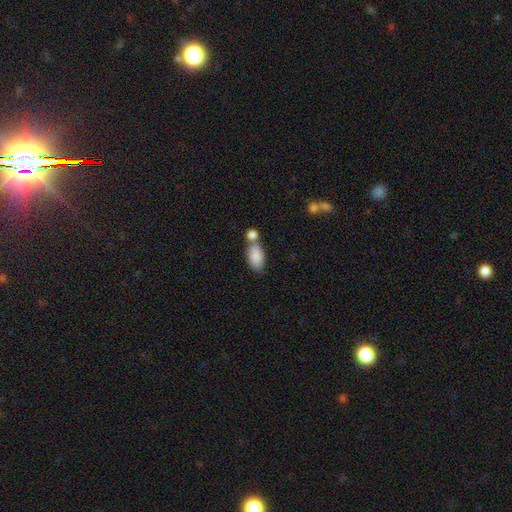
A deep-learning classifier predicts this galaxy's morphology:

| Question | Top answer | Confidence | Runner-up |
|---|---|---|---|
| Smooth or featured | smooth | 86% | star or artifact (7%) |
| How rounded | in between | 92% | round (6%) |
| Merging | none | 44% | merger (38%) |